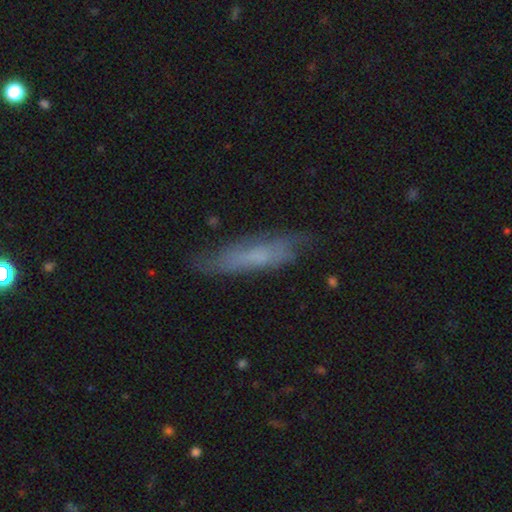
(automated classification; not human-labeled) smooth-or-featured: smooth: 52% | featured or disk: 39% | star or artifact: 8%
  how-rounded: cigar-shaped: 76% | in between: 23% | round: 2%
  merging: none: 71% | minor disturbance: 22% | major disturbance: 6% | merger: 2%